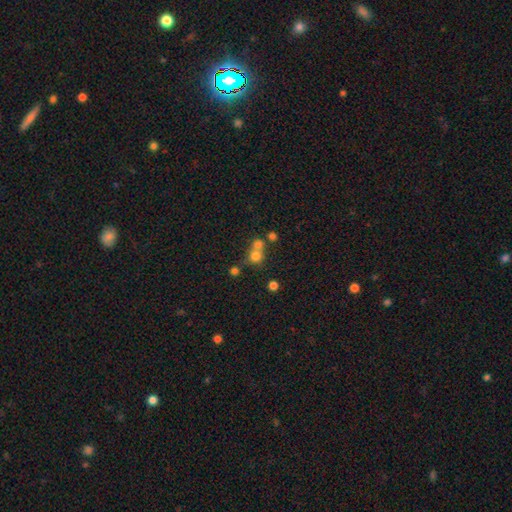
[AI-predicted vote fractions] smooth-or-featured: smooth: 71% | star or artifact: 16% | featured or disk: 13%
  how-rounded: round: 84% | in between: 15% | cigar-shaped: 1%
  merging: merger: 48% | none: 42% | minor disturbance: 7% | major disturbance: 4%